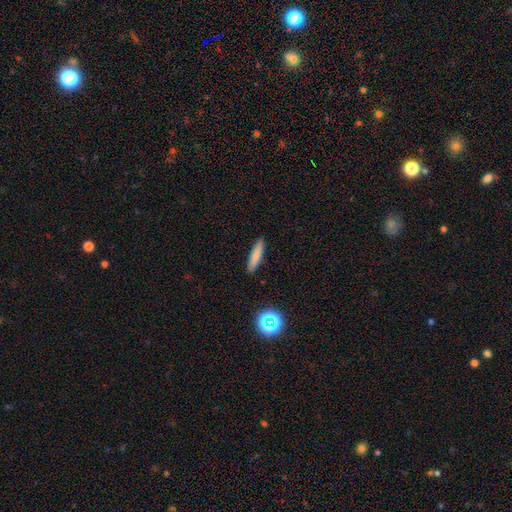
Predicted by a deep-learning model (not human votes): A smooth galaxy with no disk features (80%) that is cigar-shaped (85%).

Vote fractions:
- Smooth or featured? smooth: 80% / featured or disk: 11% / star or artifact: 9%
- How rounded? cigar-shaped: 85% / in between: 13% / round: 2%
- Merging? none: 90% / minor disturbance: 7% / major disturbance: 2% / merger: 1%